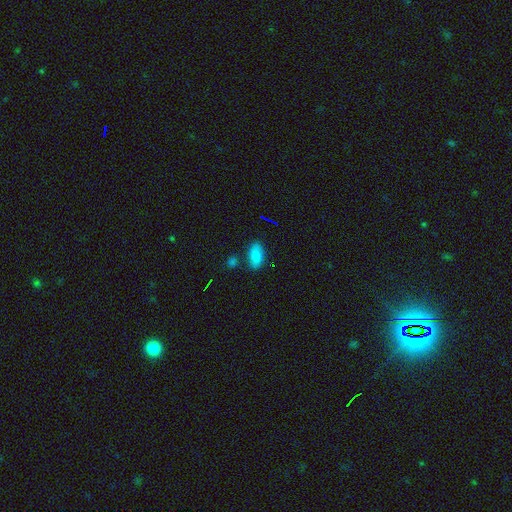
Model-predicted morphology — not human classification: smooth-or-featured: smooth: 81% | star or artifact: 11% | featured or disk: 8%
  how-rounded: in between: 91% | cigar-shaped: 5% | round: 4%
  merging: none: 74% | minor disturbance: 16% | merger: 6% | major disturbance: 4%